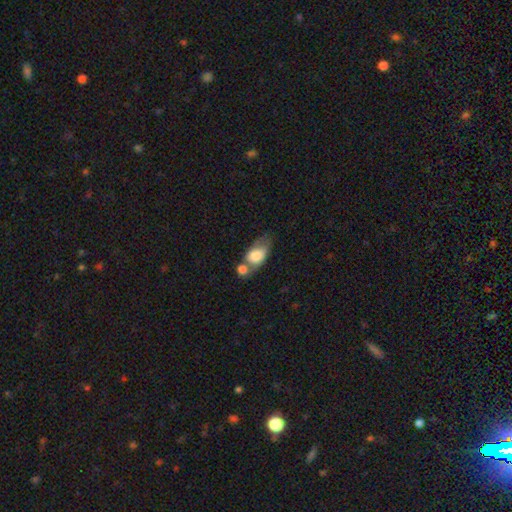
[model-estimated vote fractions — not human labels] Smooth or featured?
  - smooth: 71% *
  - featured or disk: 22%
  - star or artifact: 7%
How rounded?
  - in between: 85% *
  - round: 11%
  - cigar-shaped: 4%
Merging?
  - merger: 47% *
  - none: 26%
  - minor disturbance: 16%
  - major disturbance: 11%